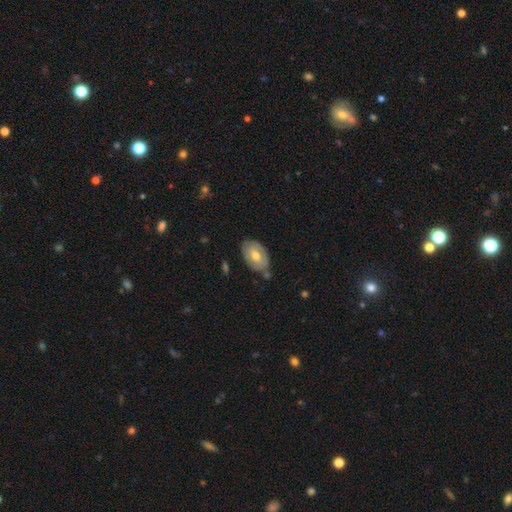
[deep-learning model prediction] Smooth or featured? Predicted: smooth (p=0.50). How rounded? Predicted: in between (p=0.90). Merging? Predicted: none (p=0.67).